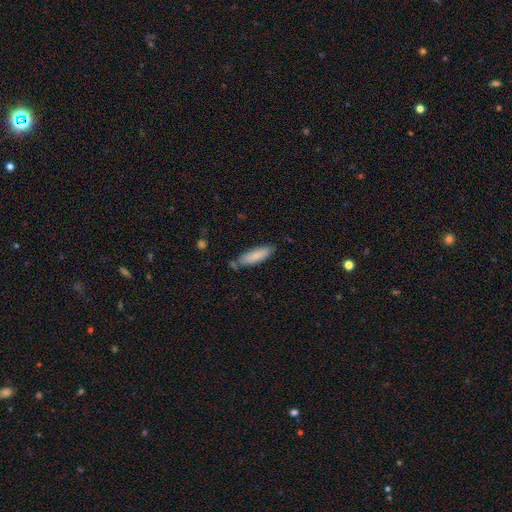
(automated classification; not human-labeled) Smooth or featured? Predicted: smooth (p=0.84). How rounded? Predicted: cigar-shaped (p=0.52). Merging? Predicted: none (p=0.71).